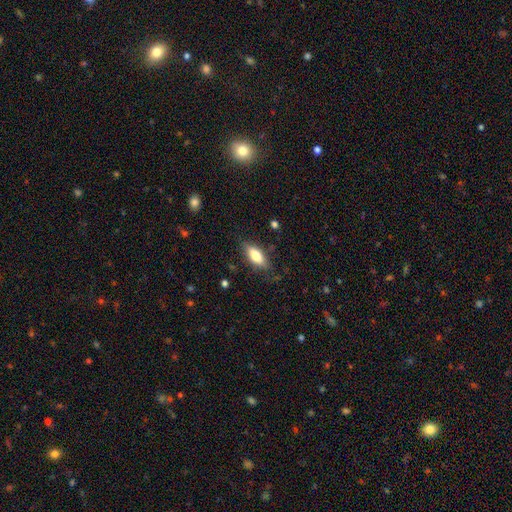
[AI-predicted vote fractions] Q: Smooth or featured?
A: smooth (72%); runner-up: featured or disk (21%)
Q: How rounded?
A: in between (77%); runner-up: cigar-shaped (20%)
Q: Merging?
A: none (76%); runner-up: minor disturbance (18%)